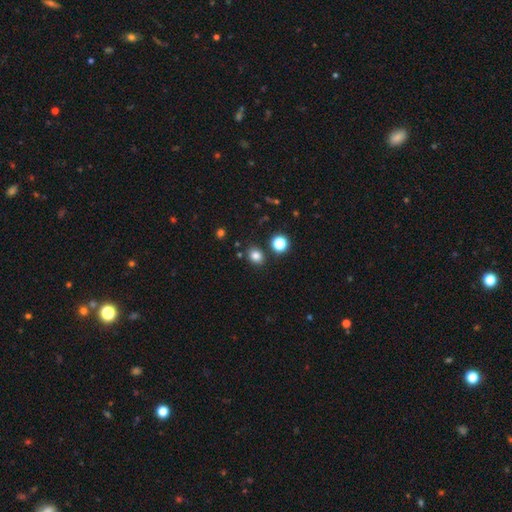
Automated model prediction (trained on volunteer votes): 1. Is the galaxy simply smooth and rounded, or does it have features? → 81% smooth, 14% star or artifact, 5% featured or disk.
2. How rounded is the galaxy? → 58% round, 42% in between, 1% cigar-shaped.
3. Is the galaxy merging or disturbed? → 82% none, 9% minor disturbance, 6% merger, 3% major disturbance.